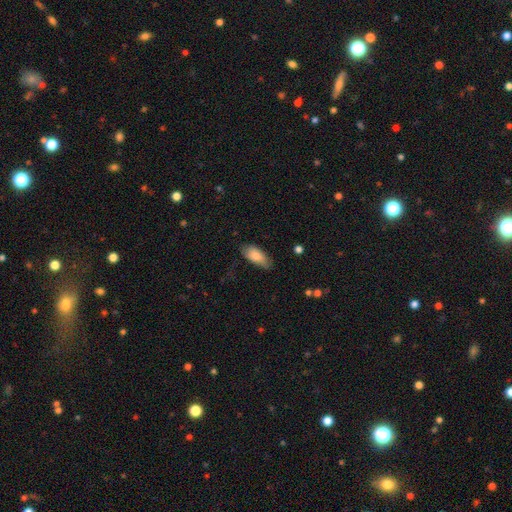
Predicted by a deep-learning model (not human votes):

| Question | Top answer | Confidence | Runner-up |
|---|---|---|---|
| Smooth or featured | smooth | 83% | featured or disk (11%) |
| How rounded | in between | 85% | cigar-shaped (13%) |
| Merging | none | 71% | minor disturbance (23%) |